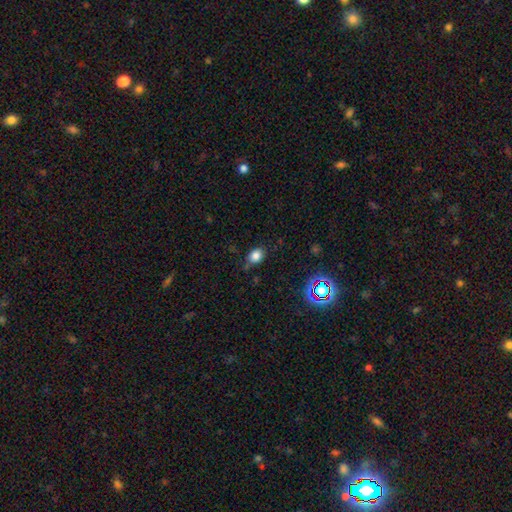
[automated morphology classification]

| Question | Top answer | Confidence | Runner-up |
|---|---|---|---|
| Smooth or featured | smooth | 79% | star or artifact (14%) |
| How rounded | in between | 54% | round (44%) |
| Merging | none | 73% | minor disturbance (19%) |